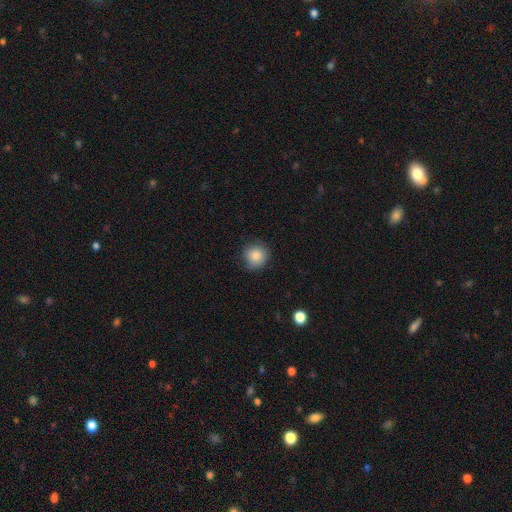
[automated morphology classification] A smooth galaxy with no disk features (85%) that is round (90%). Merging: none (81%).